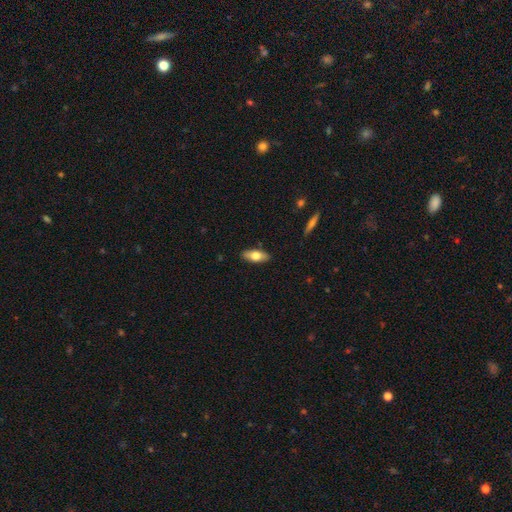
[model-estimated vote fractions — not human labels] The model was most divided on "smooth or featured": smooth: 68%, featured or disk: 26%, star or artifact: 6%. More confident: merging — none (88%); how rounded — in between (81%).